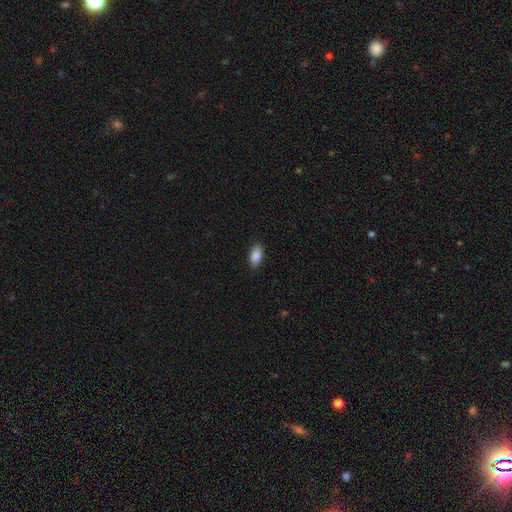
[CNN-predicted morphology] This is clearly a smooth galaxy (86%). How rounded: clearly in between (90%). Merging: clearly none (87%).